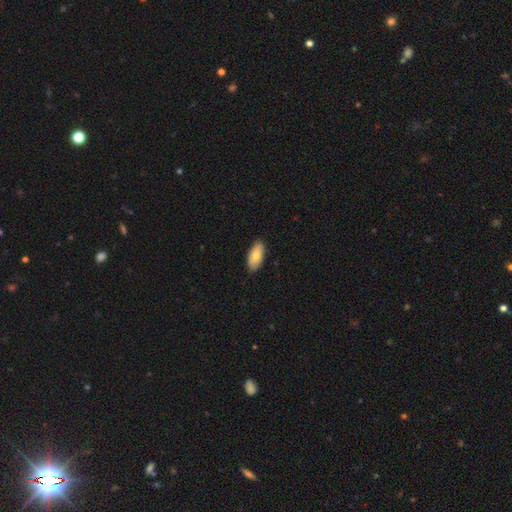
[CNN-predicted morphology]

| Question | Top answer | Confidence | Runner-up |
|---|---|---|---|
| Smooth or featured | smooth | 78% | featured or disk (16%) |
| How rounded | in between | 90% | cigar-shaped (8%) |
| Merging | none | 86% | minor disturbance (11%) |